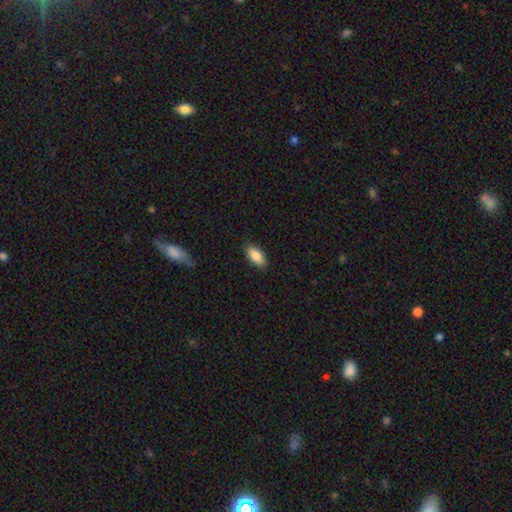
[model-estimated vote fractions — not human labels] A smooth galaxy with no disk features (87%) that is in between round and cigar-shaped (89%).

Vote fractions:
- Smooth or featured? smooth: 87% / star or artifact: 7% / featured or disk: 6%
- How rounded? in between: 89% / cigar-shaped: 9% / round: 2%
- Merging? none: 86% / minor disturbance: 11% / major disturbance: 2% / merger: 1%